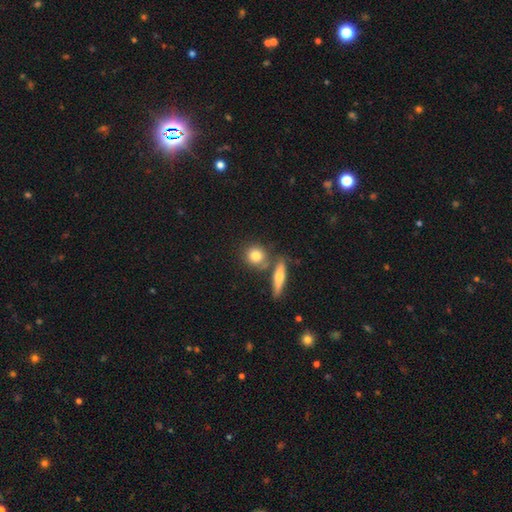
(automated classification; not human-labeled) Morphology: type=smooth (77%); roundness=round (77%); merging=none (65%).